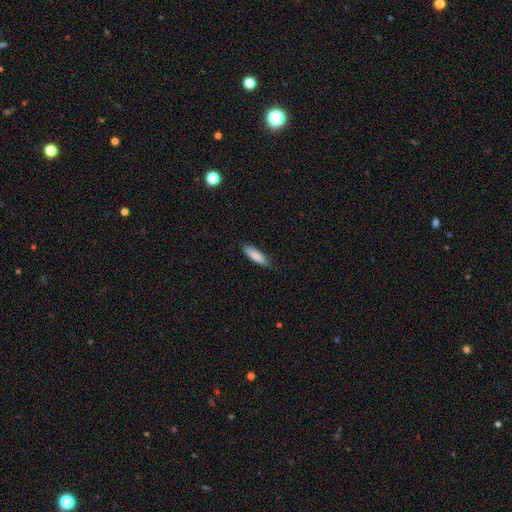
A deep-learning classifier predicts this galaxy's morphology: The model was most divided on "how rounded": cigar-shaped: 56%, in between: 43%, round: 1%. More confident: smooth or featured — smooth (84%); merging — none (78%).